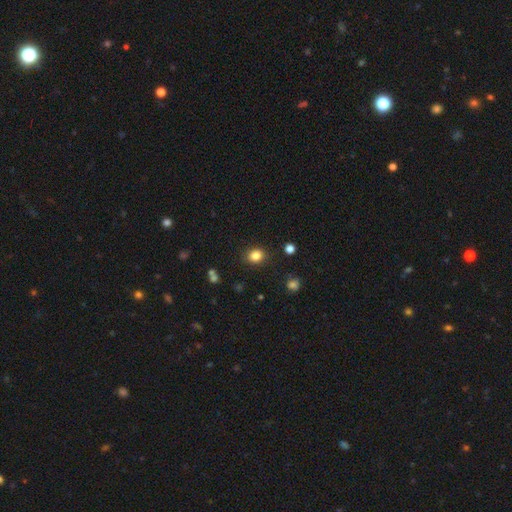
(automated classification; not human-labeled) This appears to be a smooth galaxy with no disk features (84%) that is round (60%). Merging: none (87%).